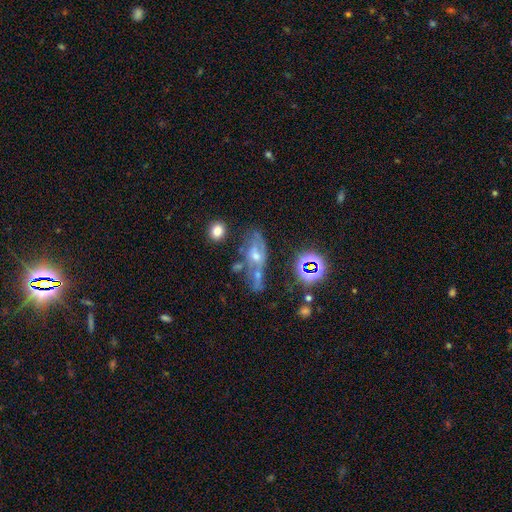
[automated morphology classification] Smooth or featured?
  - featured or disk: 46% *
  - star or artifact: 31%
  - smooth: 24%
Merging?
  - none: 50% *
  - merger: 19%
  - minor disturbance: 18%
  - major disturbance: 13%